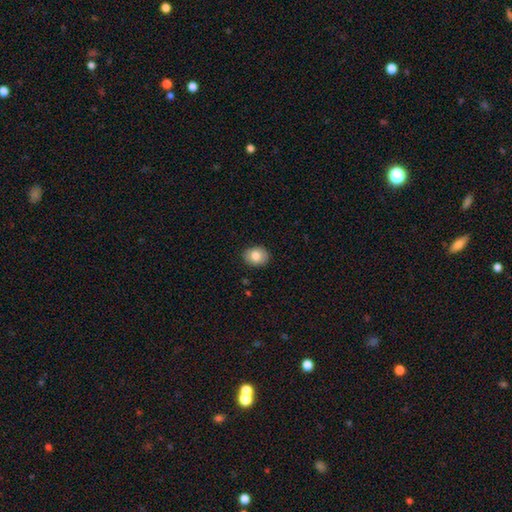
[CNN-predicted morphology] Smooth or featured? smooth (81%)
How rounded? in between (50%)
Merging? none (88%)